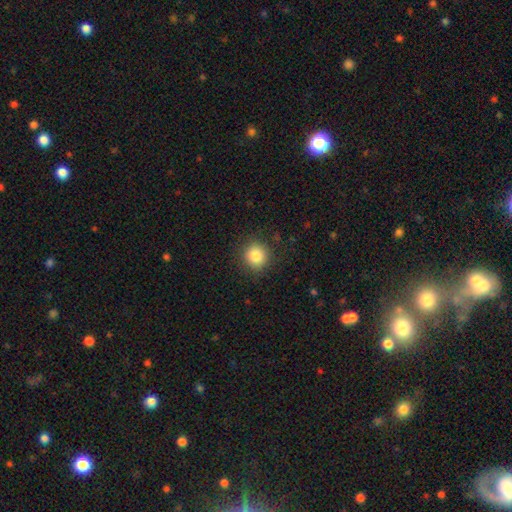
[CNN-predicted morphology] Overall: smooth (83%). How rounded: round (91%). Merging: none (88%).